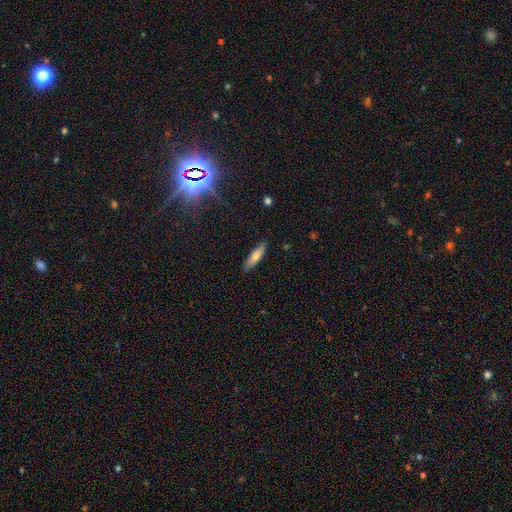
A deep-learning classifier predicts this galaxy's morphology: Smooth or featured: smooth — 70% (featured or disk — 23%)
How rounded: cigar-shaped — 74% (in between — 25%)
Merging: none — 86% (minor disturbance — 10%)